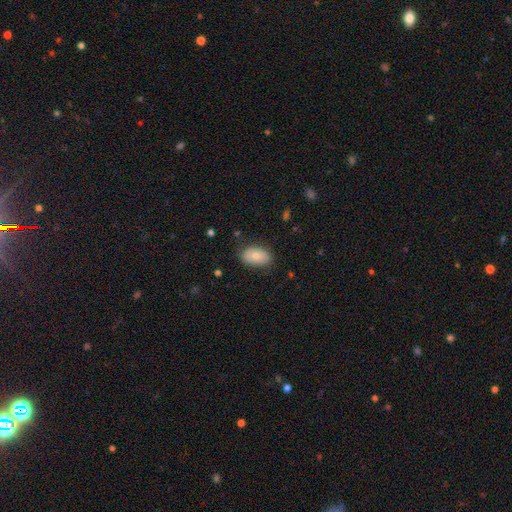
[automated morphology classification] The model was most divided on "smooth or featured": smooth: 74%, featured or disk: 19%, star or artifact: 7%. More confident: how rounded — in between (89%); merging — none (80%).